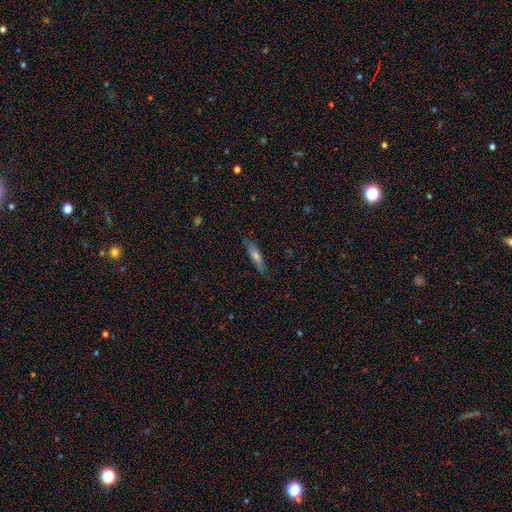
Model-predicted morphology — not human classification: A smooth galaxy with no disk features (57%) that is cigar-shaped (77%).

Vote fractions:
- Smooth or featured? smooth: 57% / featured or disk: 35% / star or artifact: 8%
- How rounded? cigar-shaped: 77% / in between: 21% / round: 2%
- Merging? none: 84% / minor disturbance: 12% / major disturbance: 2% / merger: 1%